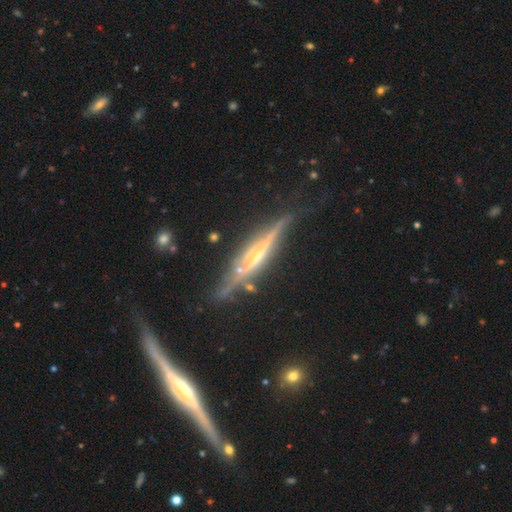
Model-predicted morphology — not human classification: Q: Smooth or featured?
A: featured or disk (84%); runner-up: smooth (9%)
Q: Edge-on disk?
A: yes (96%); runner-up: no (4%)
Q: Edge-on bulge?
A: rounded (61%); runner-up: none (26%)
Q: Merging?
A: none (78%); runner-up: minor disturbance (15%)